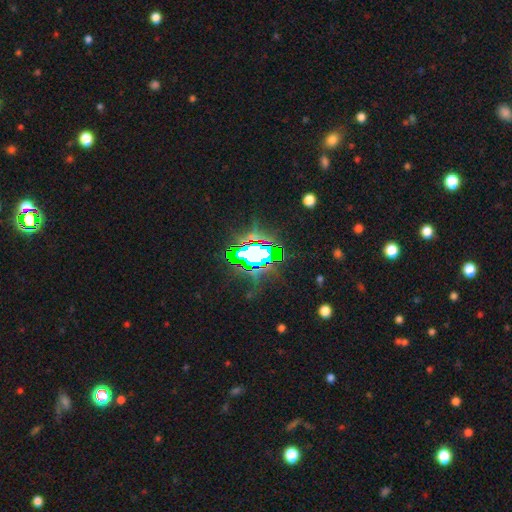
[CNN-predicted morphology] Smooth or featured? Predicted: star or artifact (p=0.67).